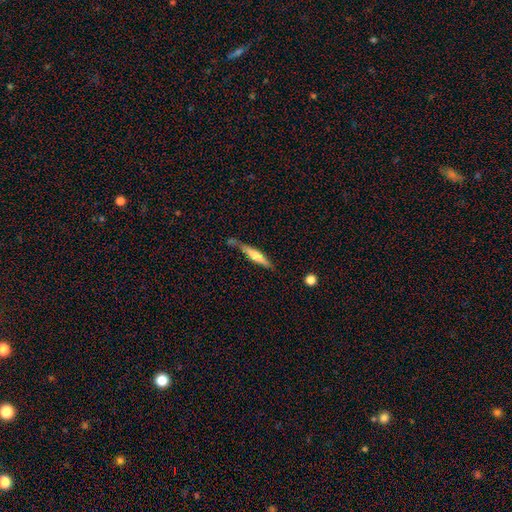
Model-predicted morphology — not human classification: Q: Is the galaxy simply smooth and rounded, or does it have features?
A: smooth — 52%.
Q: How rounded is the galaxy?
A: cigar-shaped — 86%.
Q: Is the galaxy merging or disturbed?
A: none — 64%.